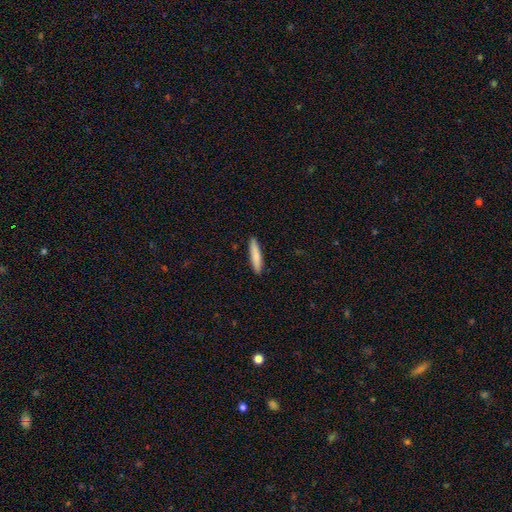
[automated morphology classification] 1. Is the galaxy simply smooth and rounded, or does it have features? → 82% smooth, 13% featured or disk, 5% star or artifact.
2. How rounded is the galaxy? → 88% cigar-shaped, 11% in between, 1% round.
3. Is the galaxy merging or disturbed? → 91% none, 7% minor disturbance, 1% major disturbance, 1% merger.